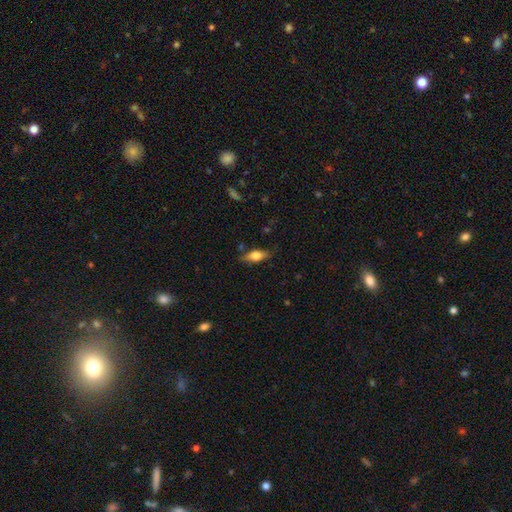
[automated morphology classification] A smooth galaxy with no disk features (69%) that is in between round and cigar-shaped (76%). Merging: none (77%).